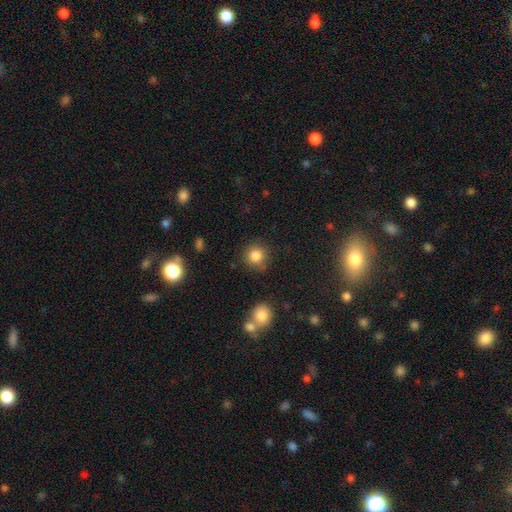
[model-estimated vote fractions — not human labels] smooth 84%, star or artifact 11%, featured or disk 5%. Down the decision tree: how rounded — round (91%); merging — none (81%).